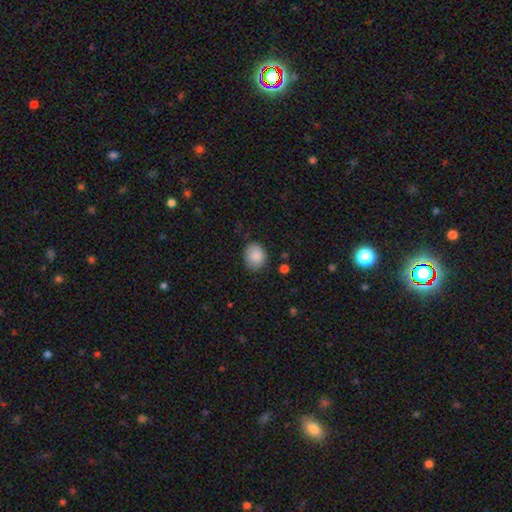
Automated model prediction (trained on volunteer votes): smooth 87%, star or artifact 7%, featured or disk 6%. Down the decision tree: how rounded — round (58%); merging — none (79%).